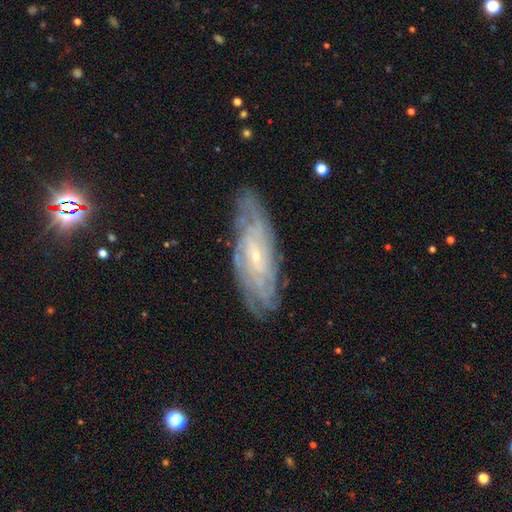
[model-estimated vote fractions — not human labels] Smooth or featured: featured or disk — 79% (smooth — 13%)
Edge-on disk: no — 83% (yes — 17%)
Bar: no — 56% (weak — 33%)
Spiral arms: yes — 92% (no — 8%)
Spiral winding: tight — 71% (medium — 23%)
Spiral arm count: can't tell — 53% (4 — 13%)
Bulge size: small — 83% (moderate — 13%)
Merging: none — 79% (minor disturbance — 15%)